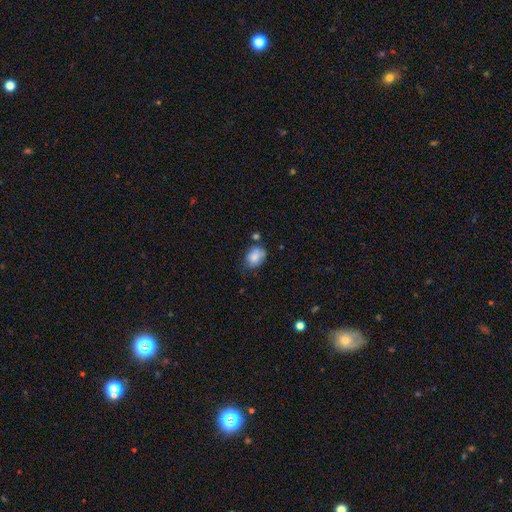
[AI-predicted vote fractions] Smooth or featured? smooth (81%)
How rounded? in between (70%)
Merging? none (52%)